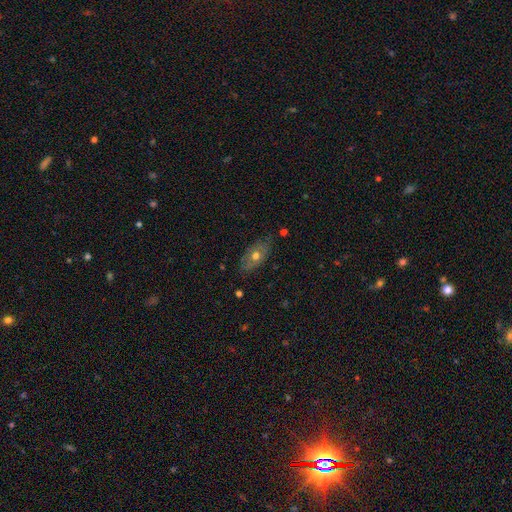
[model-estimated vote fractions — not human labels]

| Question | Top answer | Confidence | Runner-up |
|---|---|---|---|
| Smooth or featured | smooth | 47% | featured or disk (44%) |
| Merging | none | 76% | minor disturbance (19%) |